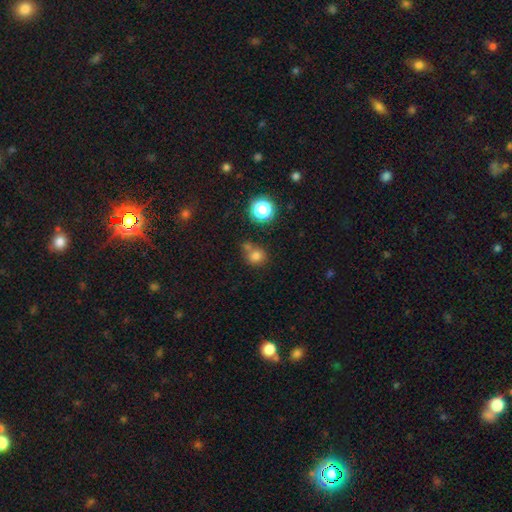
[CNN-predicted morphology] Overall: smooth (75%). How rounded: round (84%). Merging: none (57%; merger 26%).